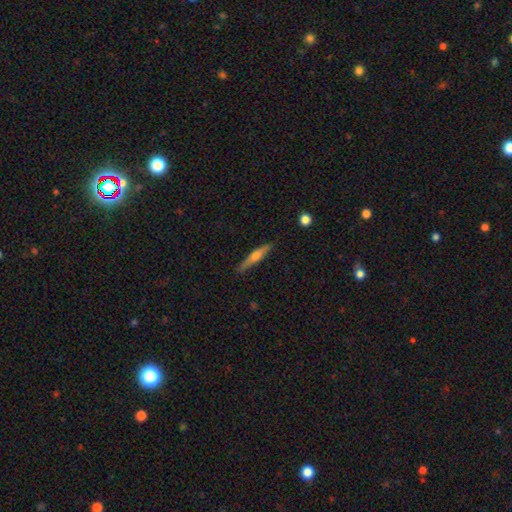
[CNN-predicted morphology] smooth_or_featured: featured or disk (p=0.55) [alt: smooth p=0.39]
disk_edge_on: yes (p=0.96) [alt: no p=0.04]
edge_on_bulge: rounded (p=0.86) [alt: none p=0.09]
merging: none (p=0.88) [alt: minor disturbance p=0.09]